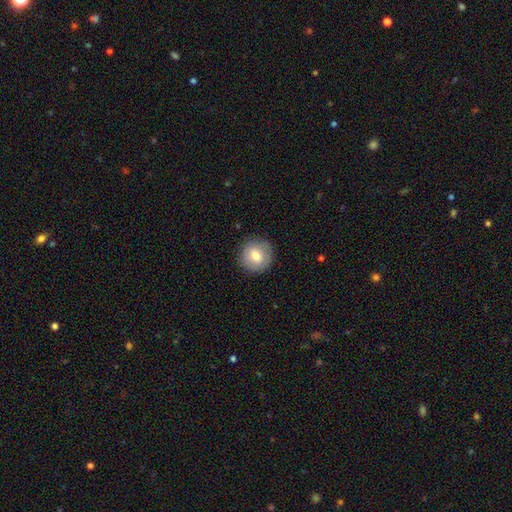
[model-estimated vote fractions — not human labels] Smooth or featured: smooth — 75% (featured or disk — 17%)
How rounded: round — 93% (in between — 6%)
Merging: none — 89% (minor disturbance — 8%)